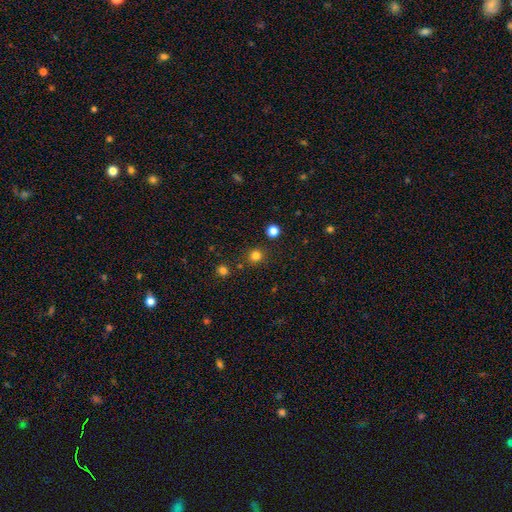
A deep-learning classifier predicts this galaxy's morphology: type=smooth (80%); roundness=round (91%); merging=none (87%).